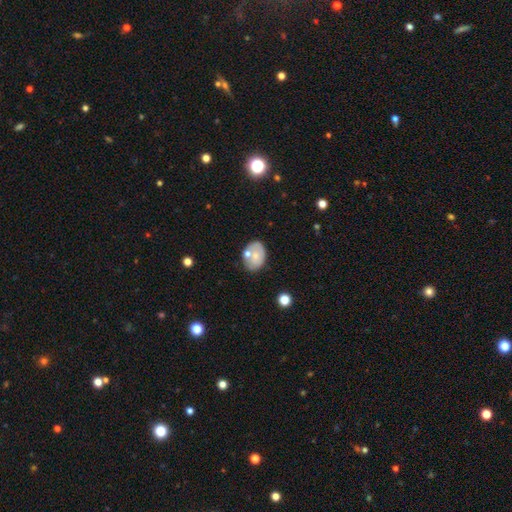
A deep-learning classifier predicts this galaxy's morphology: smooth 63%, featured or disk 29%, star or artifact 8%. Down the decision tree: how rounded — in between (75%); merging — none (59%).